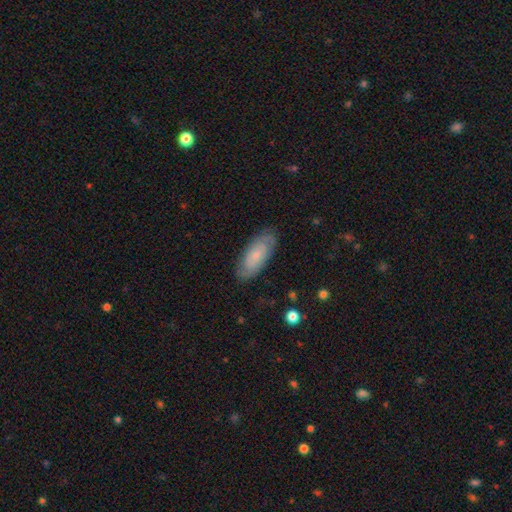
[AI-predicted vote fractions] Q: Smooth or featured?
A: smooth (50%); runner-up: featured or disk (43%)
Q: How rounded?
A: in between (82%); runner-up: cigar-shaped (16%)
Q: Merging?
A: none (82%); runner-up: minor disturbance (14%)